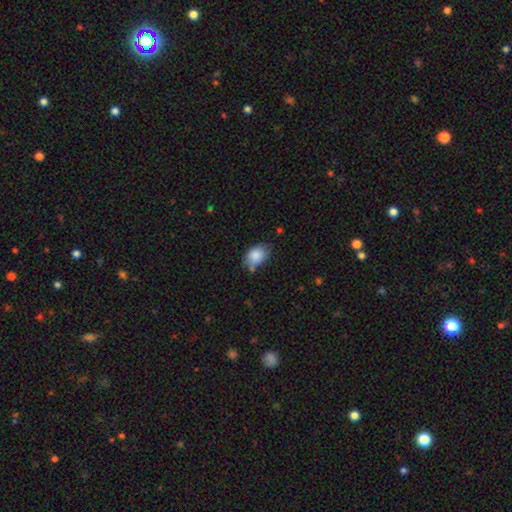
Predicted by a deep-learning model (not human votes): A smooth galaxy with no disk features (86%) that is in between round and cigar-shaped (79%).

Vote fractions:
- Smooth or featured? smooth: 86% / star or artifact: 8% / featured or disk: 6%
- How rounded? in between: 79% / round: 19% / cigar-shaped: 1%
- Merging? none: 62% / minor disturbance: 26% / merger: 7% / major disturbance: 5%